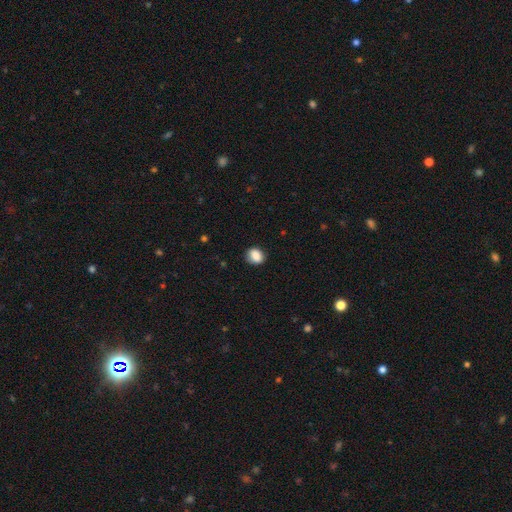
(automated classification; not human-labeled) Smooth or featured? Predicted: smooth (p=0.87). How rounded? Predicted: in between (p=0.50). Merging? Predicted: none (p=0.81).